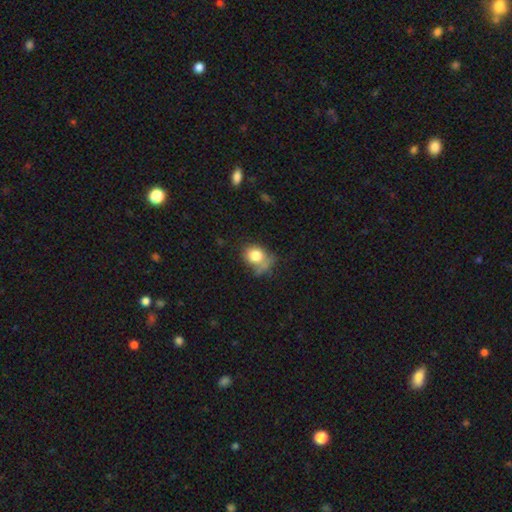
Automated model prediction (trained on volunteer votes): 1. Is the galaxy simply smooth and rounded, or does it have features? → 78% smooth, 12% featured or disk, 10% star or artifact.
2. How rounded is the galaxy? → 58% round, 41% in between, 1% cigar-shaped.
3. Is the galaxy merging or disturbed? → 44% none, 27% minor disturbance, 16% major disturbance, 13% merger.